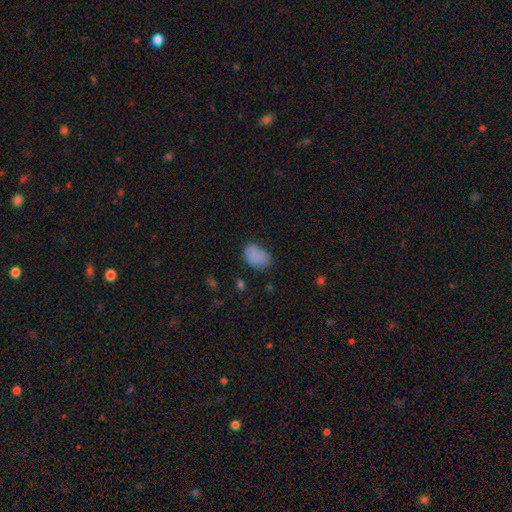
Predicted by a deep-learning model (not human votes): Smooth or featured? smooth (83%)
How rounded? in between (84%)
Merging? none (56%)